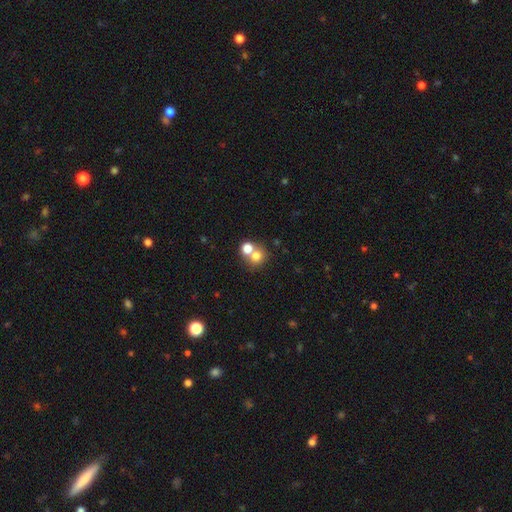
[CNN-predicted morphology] Q: Smooth or featured?
A: smooth (73%); runner-up: star or artifact (14%)
Q: How rounded?
A: round (82%); runner-up: in between (17%)
Q: Merging?
A: merger (49%); runner-up: none (42%)